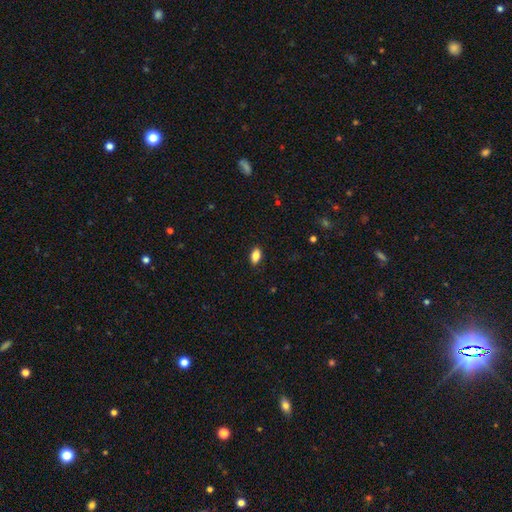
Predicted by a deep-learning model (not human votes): smooth-or-featured: smooth: 86% | star or artifact: 8% | featured or disk: 6%
  how-rounded: in between: 90% | round: 5% | cigar-shaped: 5%
  merging: none: 88% | minor disturbance: 9% | major disturbance: 2% | merger: 1%